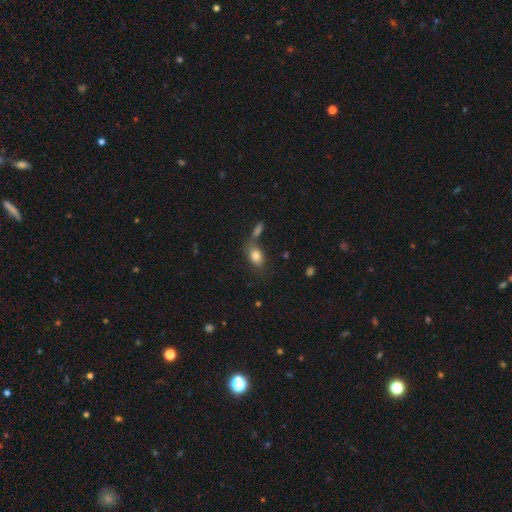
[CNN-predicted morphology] This is clearly a smooth galaxy (81%). How rounded: clearly in between (84%). Merging: possibly none (58%).